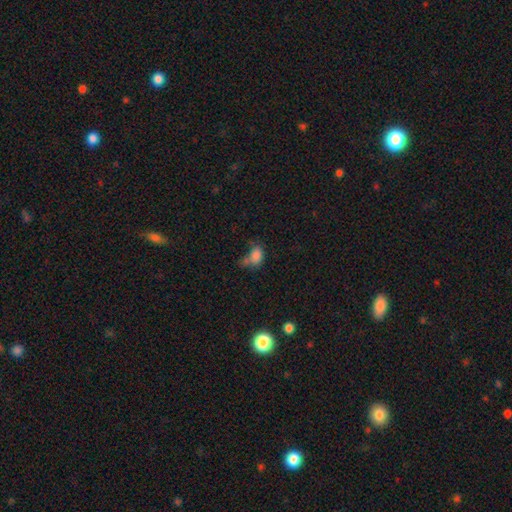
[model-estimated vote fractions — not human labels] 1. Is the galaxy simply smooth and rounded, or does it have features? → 78% smooth, 13% star or artifact, 9% featured or disk.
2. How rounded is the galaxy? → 77% in between, 21% round, 2% cigar-shaped.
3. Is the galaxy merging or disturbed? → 30% none, 26% merger, 24% minor disturbance, 21% major disturbance.